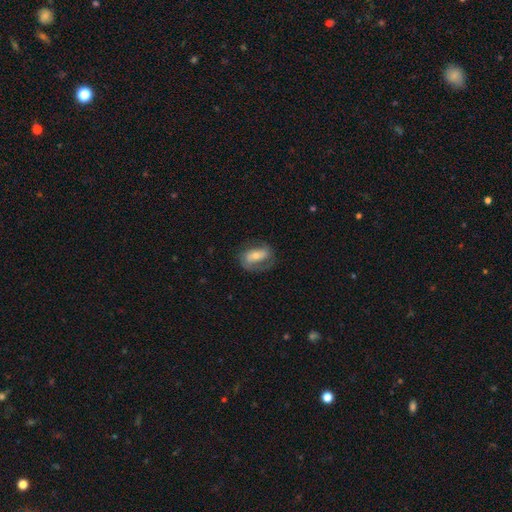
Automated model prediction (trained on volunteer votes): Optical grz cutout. It shows a featured or disk galaxy (60%) with no bar (36%), spiral arms (78%) and a moderate central bulge (47%). Merging: none (59%).